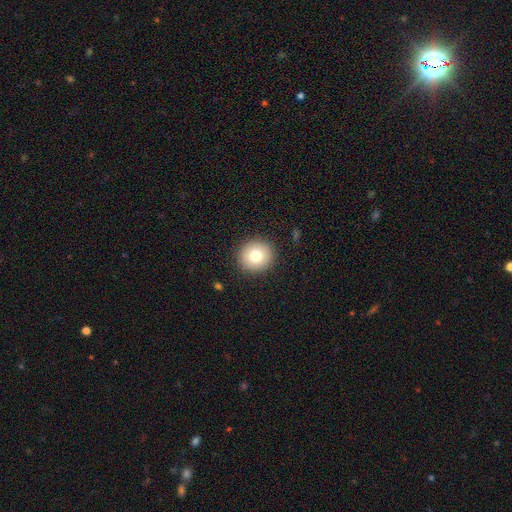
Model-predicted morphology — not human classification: smooth_or_featured: smooth (p=0.77) [alt: featured or disk p=0.13]
how_rounded: round (p=0.90) [alt: in between p=0.10]
merging: none (p=0.91) [alt: minor disturbance p=0.06]